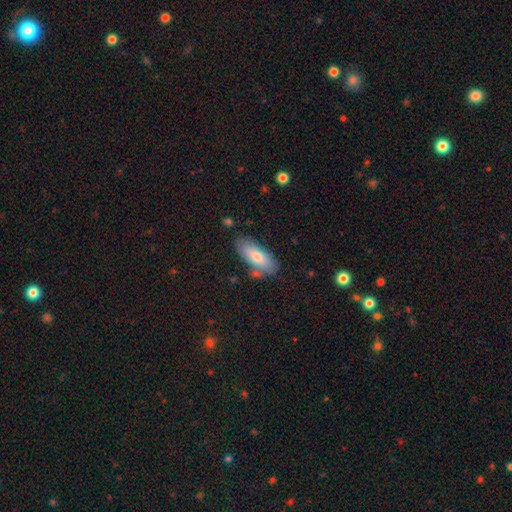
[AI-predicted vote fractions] Q: Smooth or featured?
A: smooth (75%); runner-up: featured or disk (19%)
Q: How rounded?
A: in between (77%); runner-up: cigar-shaped (21%)
Q: Merging?
A: none (76%); runner-up: minor disturbance (15%)